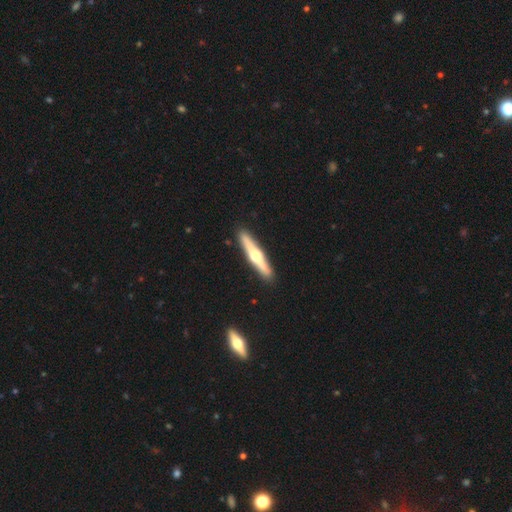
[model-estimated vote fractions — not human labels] Smooth or featured? Predicted: featured or disk (p=0.65). Edge-on disk? Predicted: yes (p=0.96). Edge-on bulge? Predicted: rounded (p=0.94). Merging? Predicted: none (p=0.91).